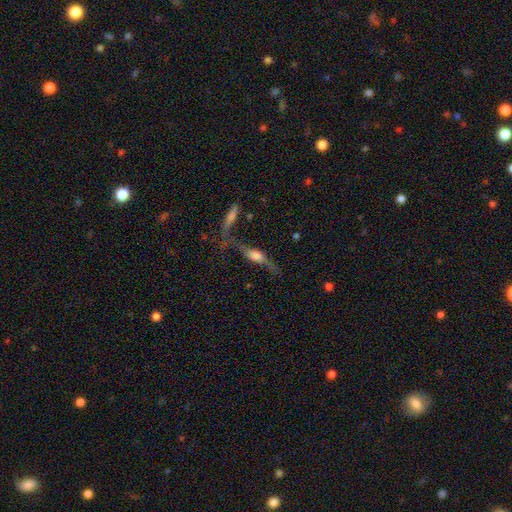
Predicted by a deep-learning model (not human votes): Smooth or featured? featured or disk (60%)
Edge-on disk? yes (76%)
Merging? none (44%)